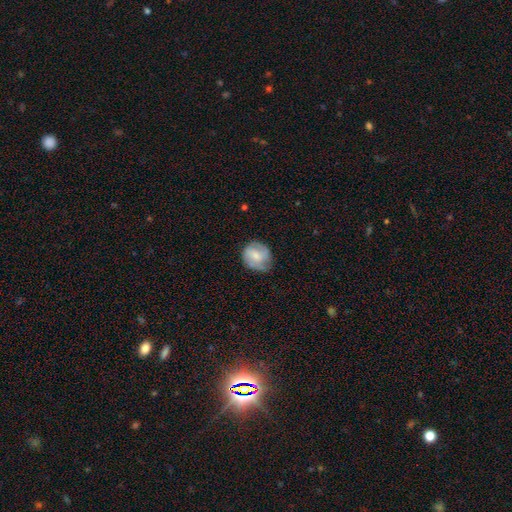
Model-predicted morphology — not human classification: Overall: smooth (50%; featured or disk 43%). How rounded: round (73%). Merging: none (66%).